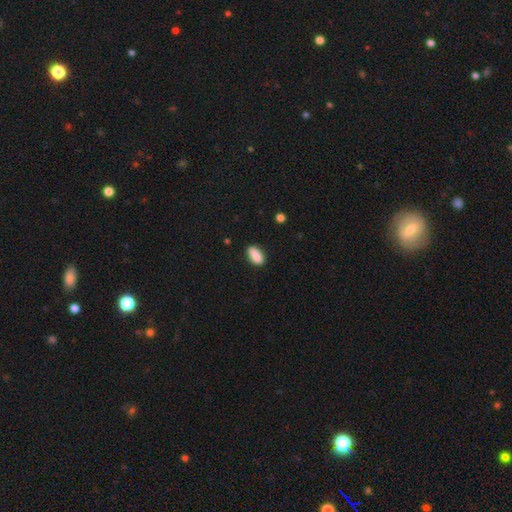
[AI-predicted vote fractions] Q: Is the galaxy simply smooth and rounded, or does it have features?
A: smooth — 87%.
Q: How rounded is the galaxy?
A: in between — 90%.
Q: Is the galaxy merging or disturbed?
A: none — 79%.